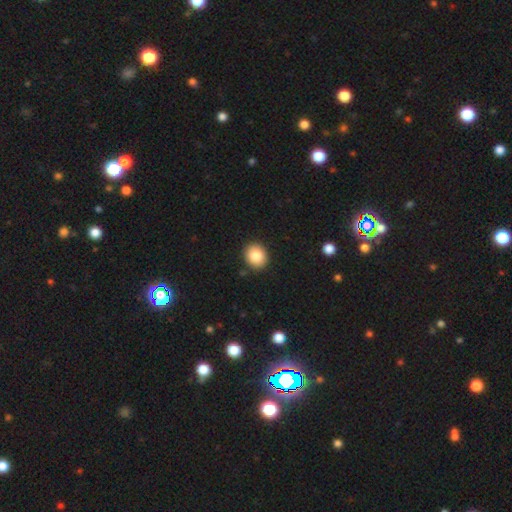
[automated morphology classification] Q: Smooth or featured?
A: smooth (84%); runner-up: star or artifact (9%)
Q: How rounded?
A: round (71%); runner-up: in between (28%)
Q: Merging?
A: none (90%); runner-up: minor disturbance (7%)